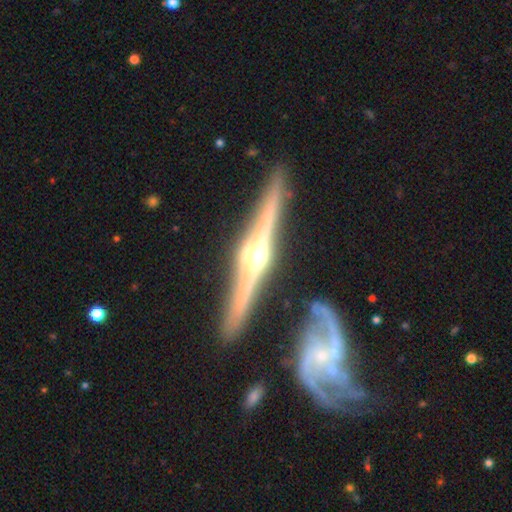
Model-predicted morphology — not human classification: A featured or disk galaxy (90%) viewed edge-on (97%) with a rounded central bulge (94%).

Vote fractions:
- Smooth or featured? featured or disk: 90% / smooth: 6% / star or artifact: 4%
- Edge-on disk? yes: 97% / no: 3%
- Edge-on bulge? rounded: 94% / boxy: 4% / none: 2%
- Merging? none: 84% / minor disturbance: 9% / merger: 5% / major disturbance: 2%